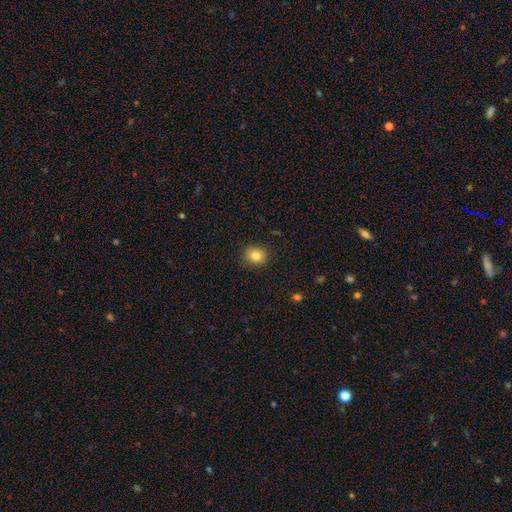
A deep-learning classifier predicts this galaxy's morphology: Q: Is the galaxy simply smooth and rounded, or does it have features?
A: smooth — 82%.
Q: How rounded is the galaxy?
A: round — 79%.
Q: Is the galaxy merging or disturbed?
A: none — 89%.